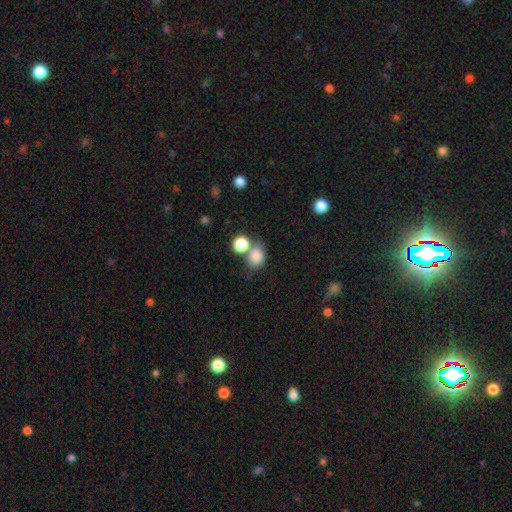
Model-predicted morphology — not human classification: smooth_or_featured: smooth (p=0.83) [alt: star or artifact p=0.10]
how_rounded: round (p=0.61) [alt: in between p=0.38]
merging: none (p=0.47) [alt: merger p=0.38]